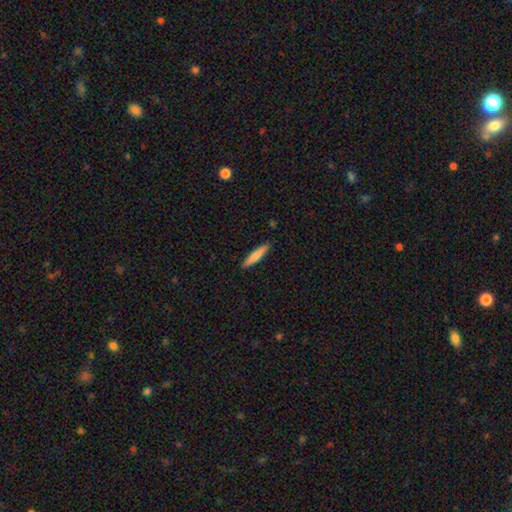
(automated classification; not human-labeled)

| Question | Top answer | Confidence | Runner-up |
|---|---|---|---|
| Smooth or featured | smooth | 75% | featured or disk (20%) |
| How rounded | cigar-shaped | 90% | in between (9%) |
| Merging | none | 91% | minor disturbance (7%) |